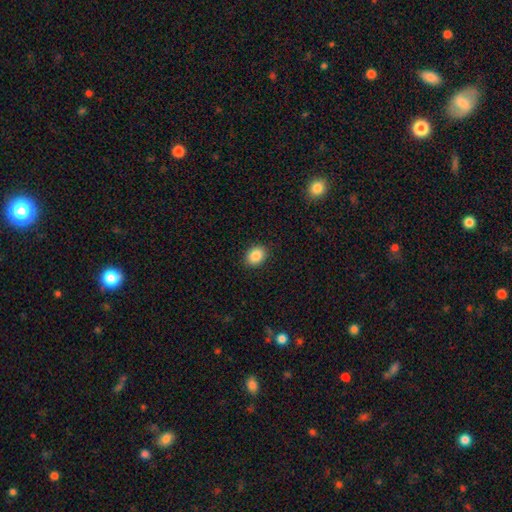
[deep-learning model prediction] smooth-or-featured: smooth: 88% | star or artifact: 8% | featured or disk: 4%
  how-rounded: in between: 68% | round: 31% | cigar-shaped: 1%
  merging: none: 90% | minor disturbance: 7% | major disturbance: 2% | merger: 1%